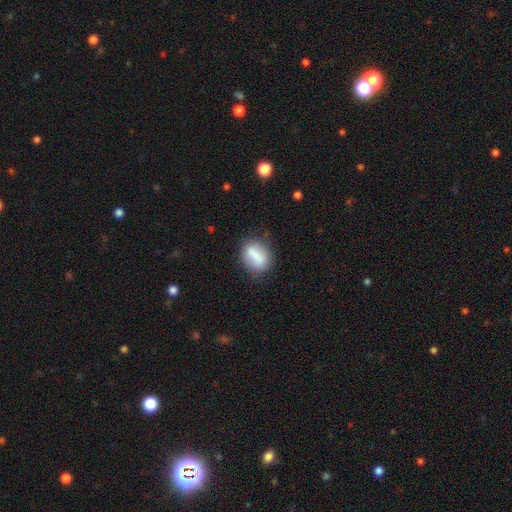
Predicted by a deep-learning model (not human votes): This is likely a smooth galaxy (75%). How rounded: likely in between (69%). Merging: likely none (72%).